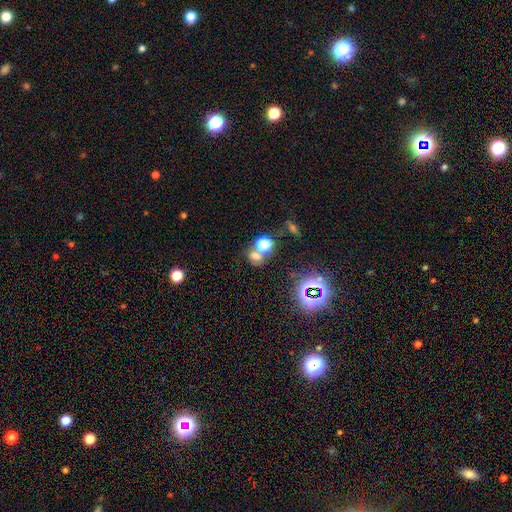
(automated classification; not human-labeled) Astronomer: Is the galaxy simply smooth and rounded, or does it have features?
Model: smooth — 56% (runner-up: star or artifact, 34%).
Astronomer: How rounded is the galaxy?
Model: round — 51% (runner-up: in between, 47%).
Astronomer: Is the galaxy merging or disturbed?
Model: none — 49% (runner-up: merger, 35%).